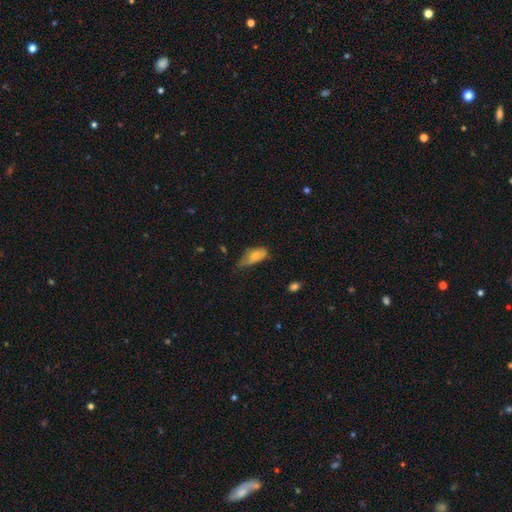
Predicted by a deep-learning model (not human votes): This is likely a smooth galaxy (67%). How rounded: clearly in between (83%). Merging: marginally minor disturbance (44%).